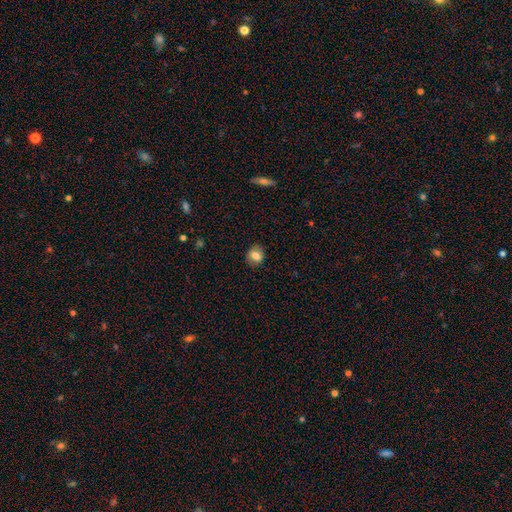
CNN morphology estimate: Smooth or featured? Predicted: smooth (p=0.80). How rounded? Predicted: round (p=0.64). Merging? Predicted: none (p=0.84).